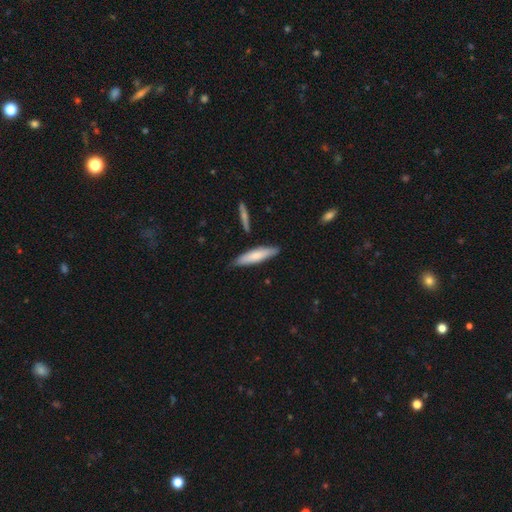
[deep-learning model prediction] Q: Smooth or featured?
A: smooth (74%); runner-up: featured or disk (21%)
Q: How rounded?
A: cigar-shaped (73%); runner-up: in between (25%)
Q: Merging?
A: none (80%); runner-up: minor disturbance (14%)